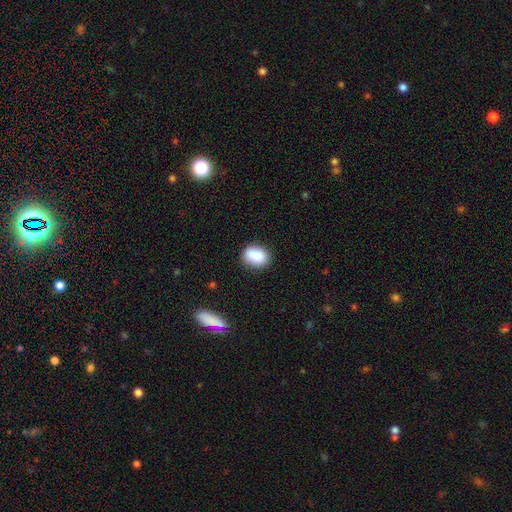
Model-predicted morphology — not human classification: Q: Smooth or featured?
A: smooth (87%); runner-up: star or artifact (8%)
Q: How rounded?
A: in between (66%); runner-up: round (32%)
Q: Merging?
A: none (83%); runner-up: minor disturbance (12%)